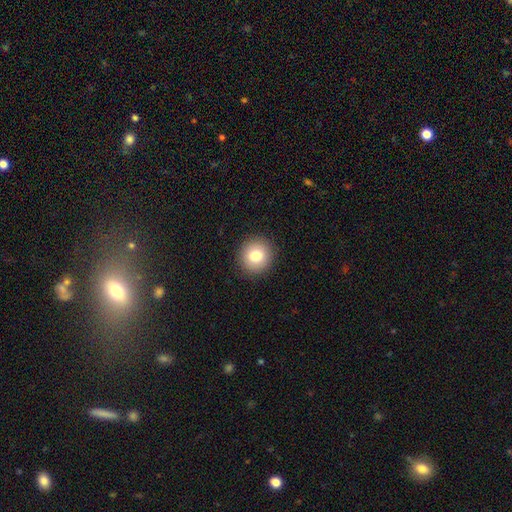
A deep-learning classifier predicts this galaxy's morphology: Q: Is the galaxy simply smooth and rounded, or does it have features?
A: smooth — 80%.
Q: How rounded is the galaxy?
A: round — 92%.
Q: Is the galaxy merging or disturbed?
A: none — 92%.